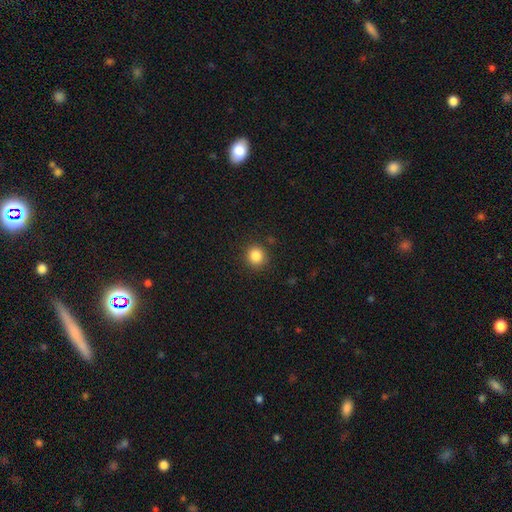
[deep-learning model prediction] A smooth galaxy with no disk features (85%) that is round (89%). Merging: none (89%).